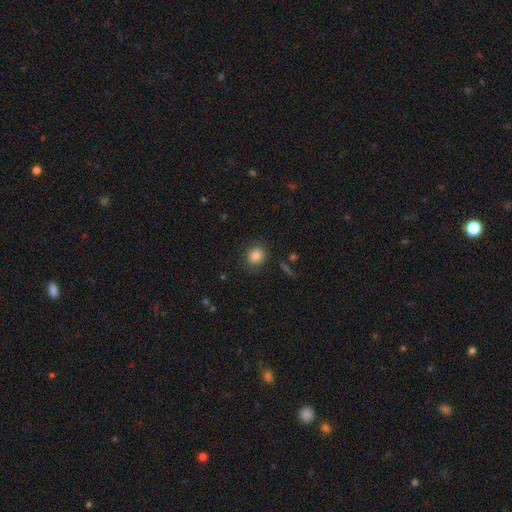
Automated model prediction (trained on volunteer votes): Smooth or featured?
  - smooth: 85% *
  - star or artifact: 10%
  - featured or disk: 5%
How rounded?
  - round: 81% *
  - in between: 18%
  - cigar-shaped: 1%
Merging?
  - none: 84% *
  - minor disturbance: 11%
  - major disturbance: 4%
  - merger: 2%